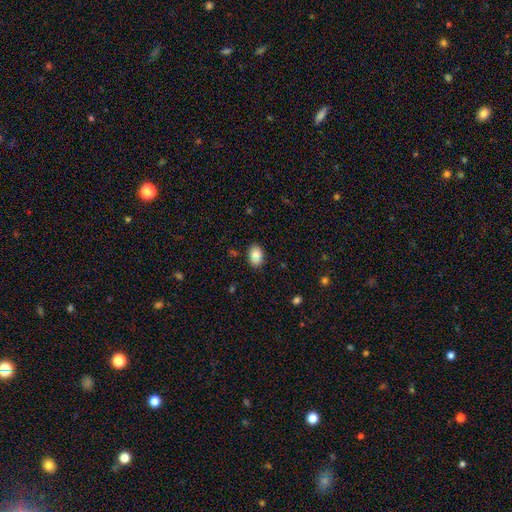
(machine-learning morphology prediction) Overall: smooth (80%). How rounded: in between (79%). Merging: none (82%).